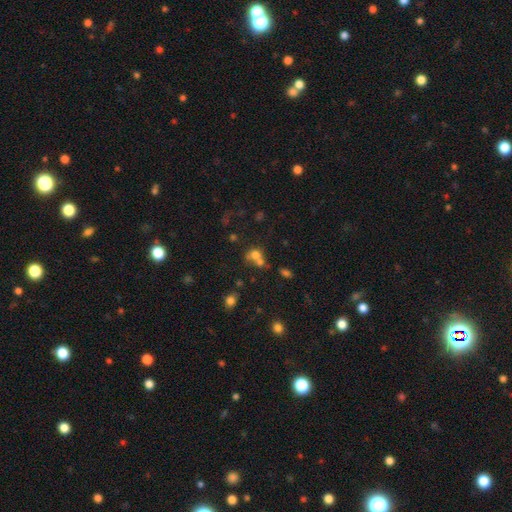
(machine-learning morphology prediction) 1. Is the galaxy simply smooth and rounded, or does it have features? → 67% smooth, 18% star or artifact, 15% featured or disk.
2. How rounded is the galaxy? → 68% round, 31% in between, 1% cigar-shaped.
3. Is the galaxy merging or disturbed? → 52% merger, 33% none, 9% minor disturbance, 6% major disturbance.